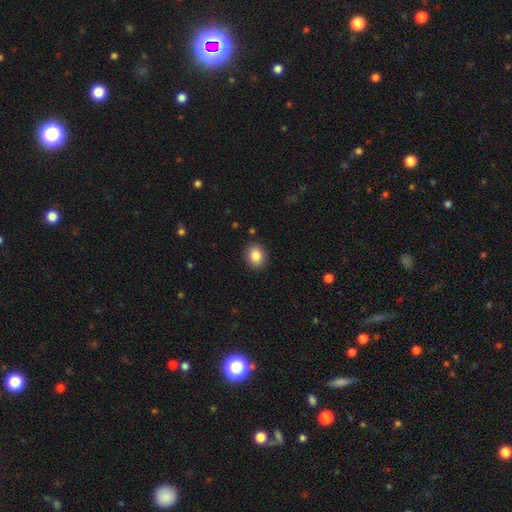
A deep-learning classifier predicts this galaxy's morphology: Q: Smooth or featured?
A: smooth (86%); runner-up: star or artifact (9%)
Q: How rounded?
A: round (52%); runner-up: in between (48%)
Q: Merging?
A: none (89%); runner-up: minor disturbance (7%)